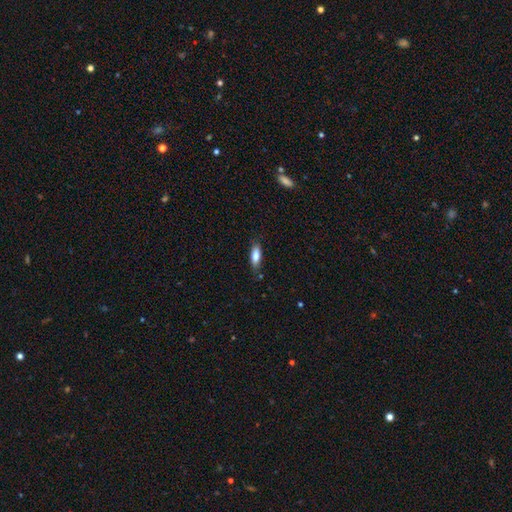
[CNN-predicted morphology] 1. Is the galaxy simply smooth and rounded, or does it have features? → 79% smooth, 14% featured or disk, 7% star or artifact.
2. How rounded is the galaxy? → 62% in between, 36% cigar-shaped, 2% round.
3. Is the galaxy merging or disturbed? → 79% none, 16% minor disturbance, 3% major disturbance, 2% merger.